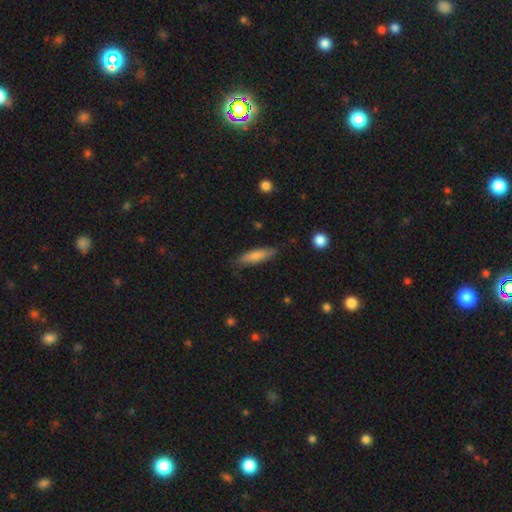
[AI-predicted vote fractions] Smooth or featured? smooth (75%)
How rounded? cigar-shaped (63%)
Merging? none (77%)